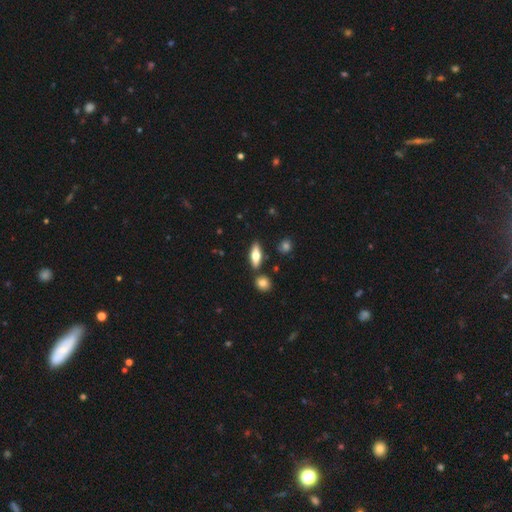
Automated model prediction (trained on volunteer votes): A smooth galaxy with no disk features (57%) that is in between round and cigar-shaped (61%). Merging: none (81%).